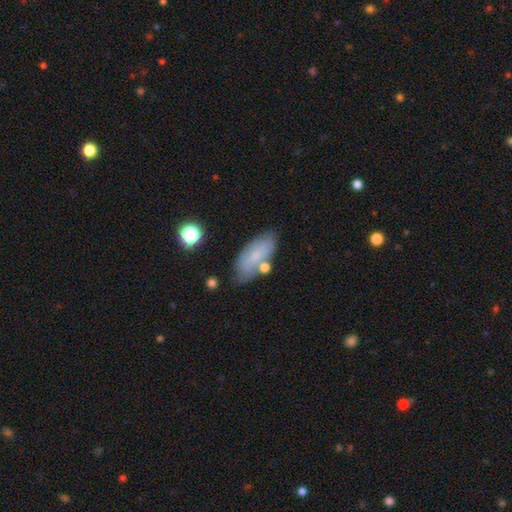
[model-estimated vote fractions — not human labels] A smooth galaxy with no disk features (65%) that is in between round and cigar-shaped (85%). Merging: none (67%).